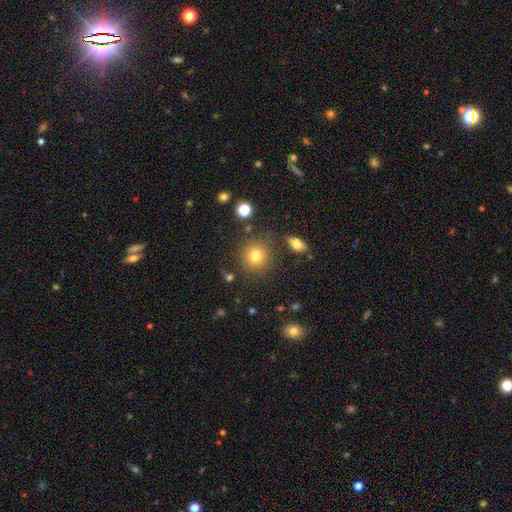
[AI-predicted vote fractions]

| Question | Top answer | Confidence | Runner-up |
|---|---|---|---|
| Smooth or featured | smooth | 78% | star or artifact (13%) |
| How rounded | round | 90% | in between (9%) |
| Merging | none | 81% | minor disturbance (10%) |